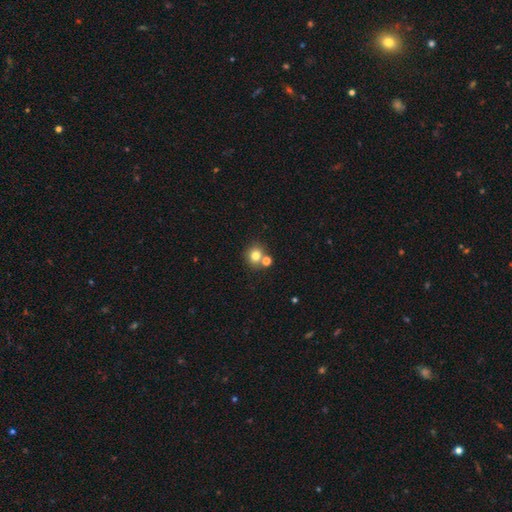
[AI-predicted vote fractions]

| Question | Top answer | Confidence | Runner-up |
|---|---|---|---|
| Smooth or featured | smooth | 78% | star or artifact (13%) |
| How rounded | round | 84% | in between (15%) |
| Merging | none | 64% | merger (25%) |